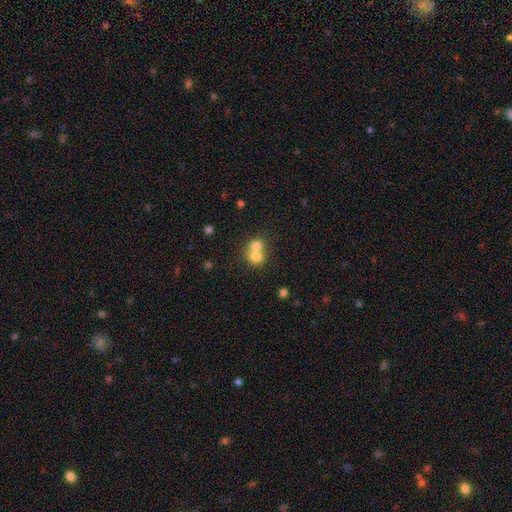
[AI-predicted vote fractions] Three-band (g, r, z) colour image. It shows a smooth galaxy with no disk features (73%) that is round (81%). Merging: merger (65%).